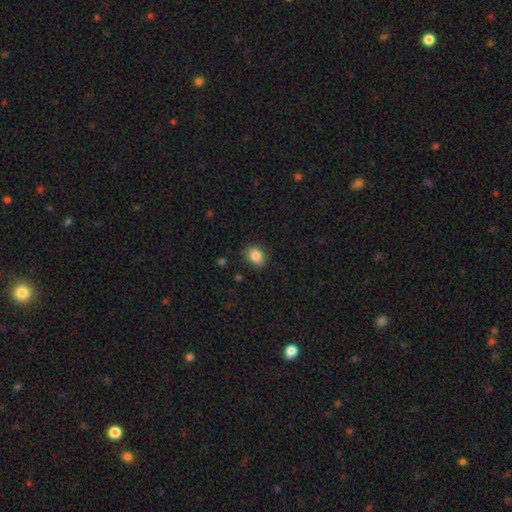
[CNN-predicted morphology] The model was most divided on "how rounded": in between: 57%, round: 42%, cigar-shaped: 1%. More confident: merging — none (85%); smooth or featured — smooth (85%).